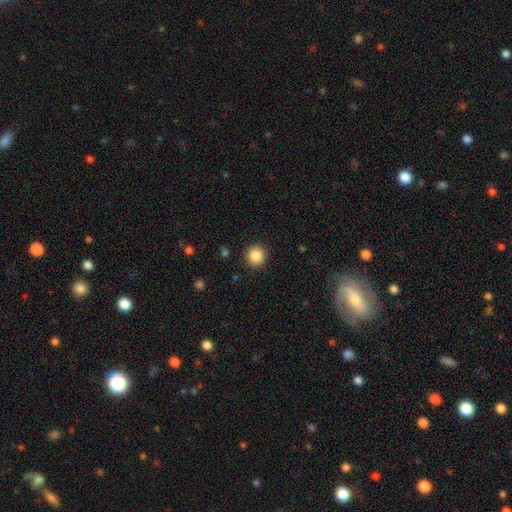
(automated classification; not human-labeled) This appears to be a smooth galaxy with no disk features (87%) that is round (92%). Merging: none (91%).